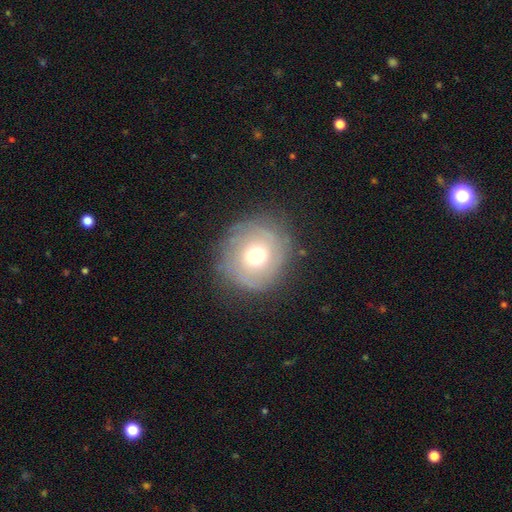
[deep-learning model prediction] This is possibly a smooth galaxy (48%). Merging: likely none (77%).